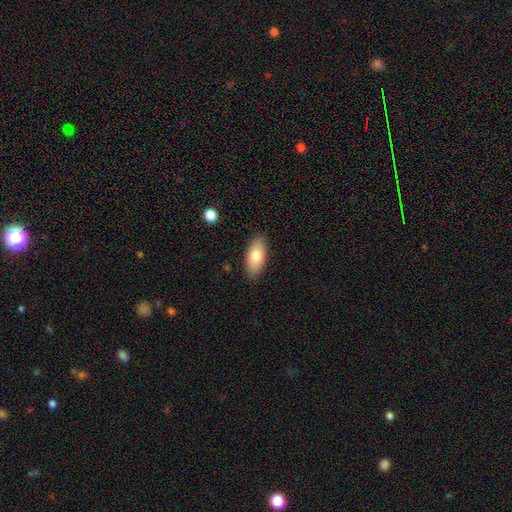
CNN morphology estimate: Smooth or featured? Predicted: smooth (p=0.78). How rounded? Predicted: in between (p=0.90). Merging? Predicted: none (p=0.86).